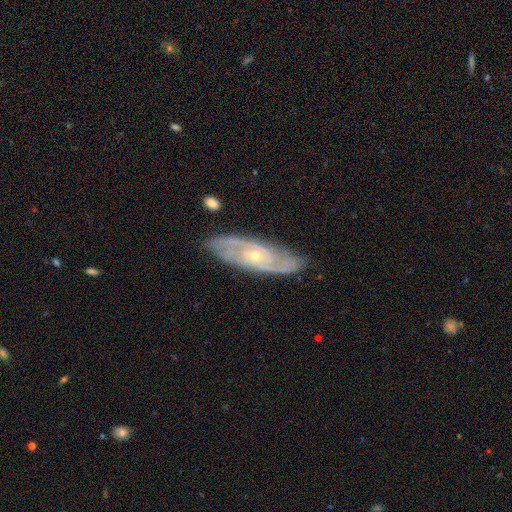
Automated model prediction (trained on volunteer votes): The model was most divided on "spiral winding": tight: 52%, medium: 38%, loose: 10%. Remaining: spiral arms — yes (94%); edge-on disk — no (86%); smooth or featured — featured or disk (84%); merging — none (82%); bar — no (70%); bulge size — small (69%); spiral arm count — 2 (48%).